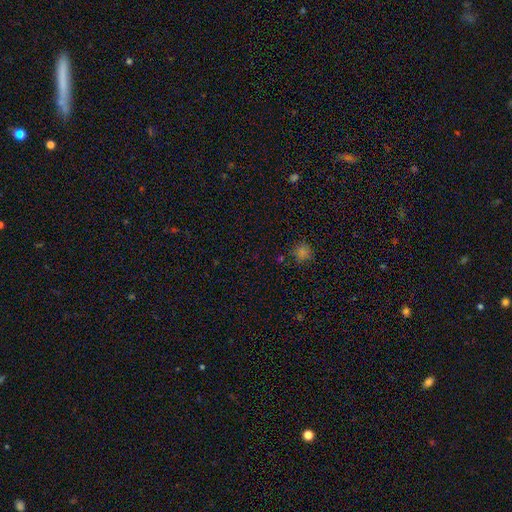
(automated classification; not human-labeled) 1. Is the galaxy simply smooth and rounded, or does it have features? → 55% star or artifact, 38% smooth, 7% featured or disk.